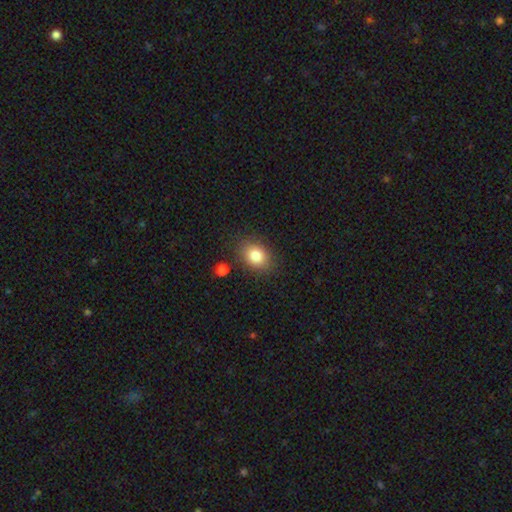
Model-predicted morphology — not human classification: Smooth or featured?
  - smooth: 83% *
  - star or artifact: 9%
  - featured or disk: 7%
How rounded?
  - in between: 60% *
  - round: 39%
  - cigar-shaped: 1%
Merging?
  - none: 81% *
  - minor disturbance: 11%
  - merger: 4%
  - major disturbance: 3%